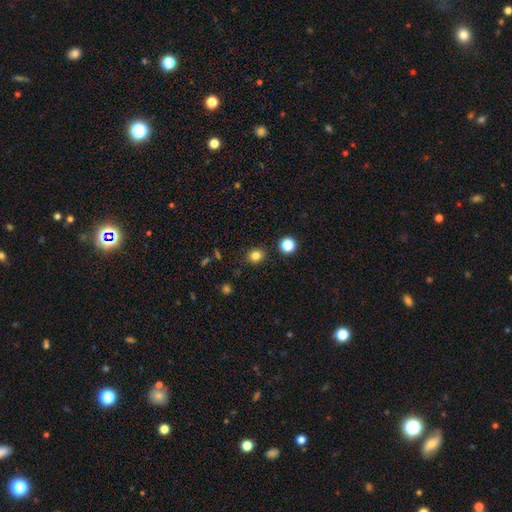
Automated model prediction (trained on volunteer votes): Q: Smooth or featured?
A: smooth (81%); runner-up: star or artifact (13%)
Q: How rounded?
A: round (79%); runner-up: in between (20%)
Q: Merging?
A: none (89%); runner-up: minor disturbance (7%)